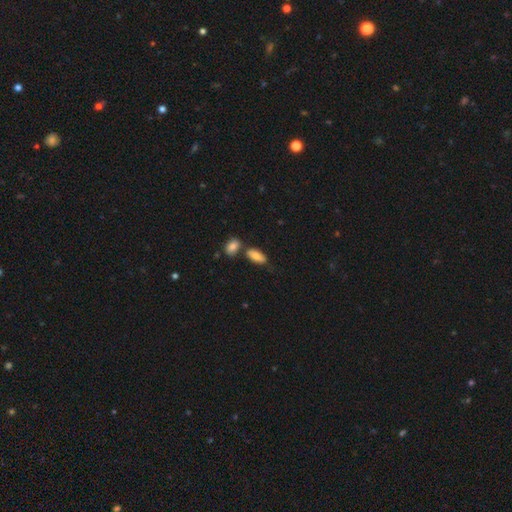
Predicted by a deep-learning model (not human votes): smooth_or_featured: smooth (p=0.81) [alt: featured or disk p=0.12]
how_rounded: in between (p=0.88) [alt: cigar-shaped p=0.09]
merging: none (p=0.57) [alt: merger p=0.22]